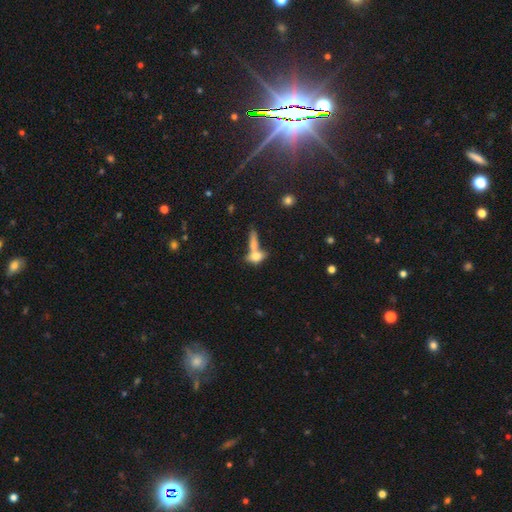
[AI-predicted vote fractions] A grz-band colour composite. It shows a smooth galaxy with no disk features (67%) that is in between round and cigar-shaped (60%). Merging: merger (53%).